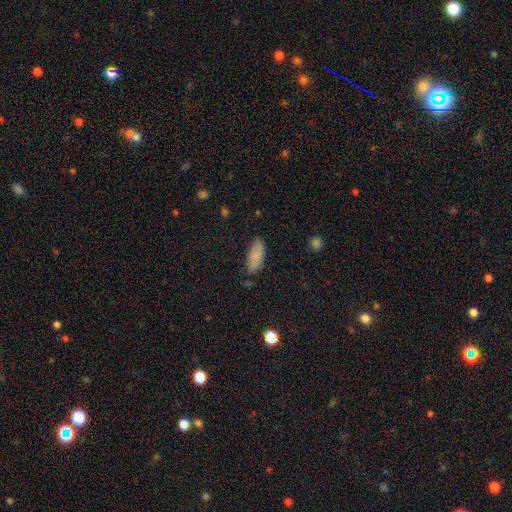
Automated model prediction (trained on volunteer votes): Q: Smooth or featured?
A: smooth (83%); runner-up: featured or disk (10%)
Q: How rounded?
A: in between (80%); runner-up: cigar-shaped (18%)
Q: Merging?
A: none (80%); runner-up: minor disturbance (15%)